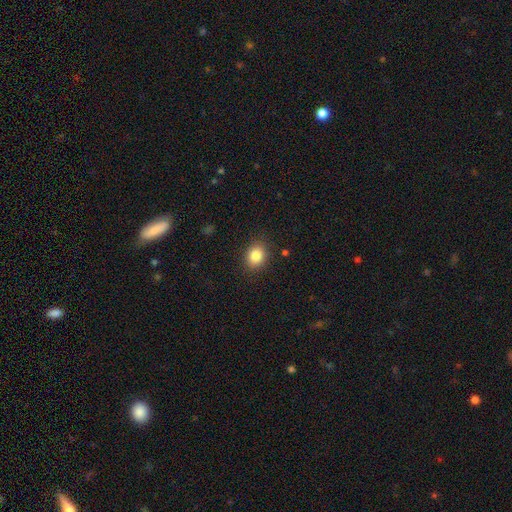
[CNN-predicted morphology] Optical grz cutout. It shows a smooth galaxy with no disk features (84%) that is in between round and cigar-shaped (50%). Merging: none (87%).